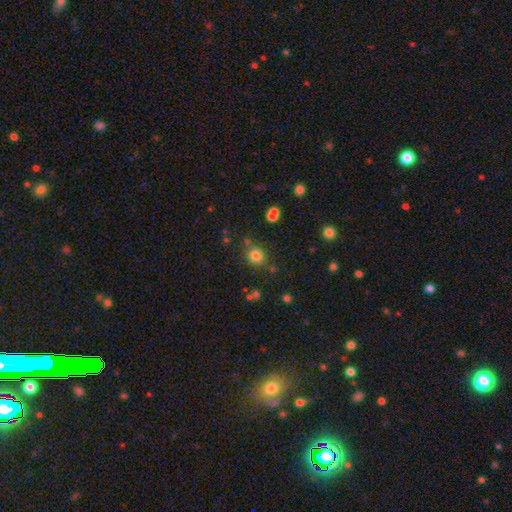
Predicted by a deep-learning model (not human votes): Smooth or featured? Predicted: smooth (p=0.78). How rounded? Predicted: round (p=0.82). Merging? Predicted: none (p=0.77).